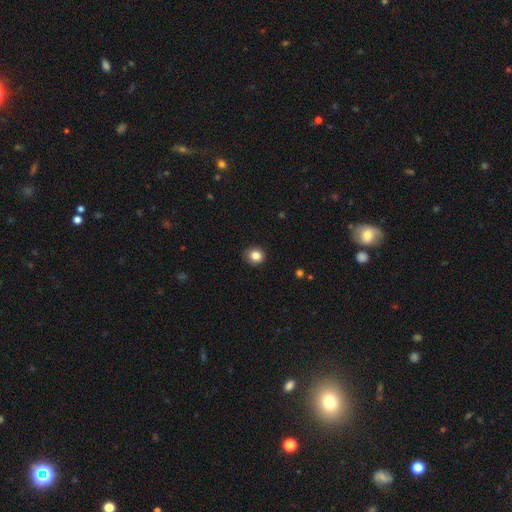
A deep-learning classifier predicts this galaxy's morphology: Smooth or featured: smooth — 84% (star or artifact — 11%)
How rounded: round — 86% (in between — 13%)
Merging: none — 89% (minor disturbance — 9%)